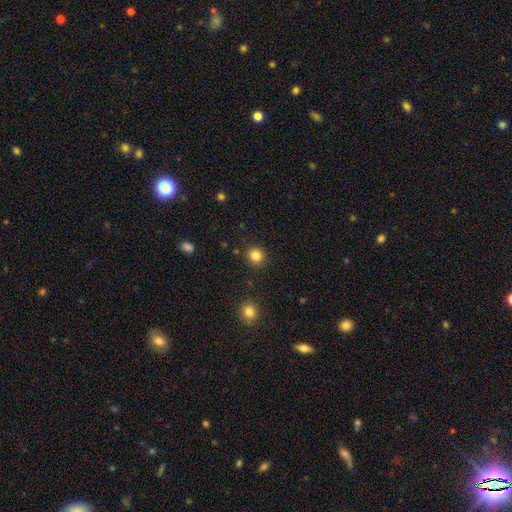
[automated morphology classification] This is clearly a smooth galaxy (83%). How rounded: clearly round (91%). Merging: clearly none (90%).